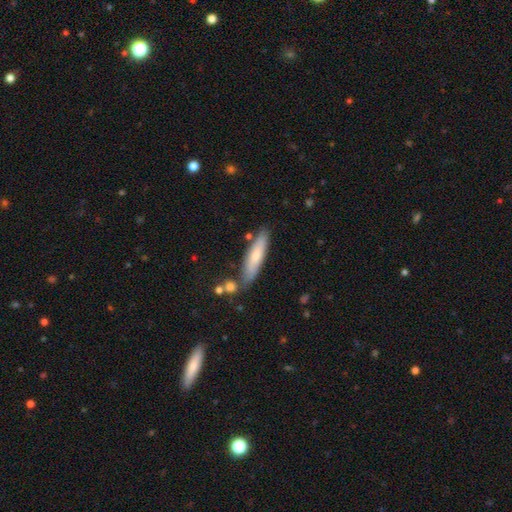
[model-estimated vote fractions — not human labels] Q: Smooth or featured?
A: smooth (66%); runner-up: featured or disk (28%)
Q: How rounded?
A: cigar-shaped (76%); runner-up: in between (22%)
Q: Merging?
A: none (75%); runner-up: minor disturbance (15%)